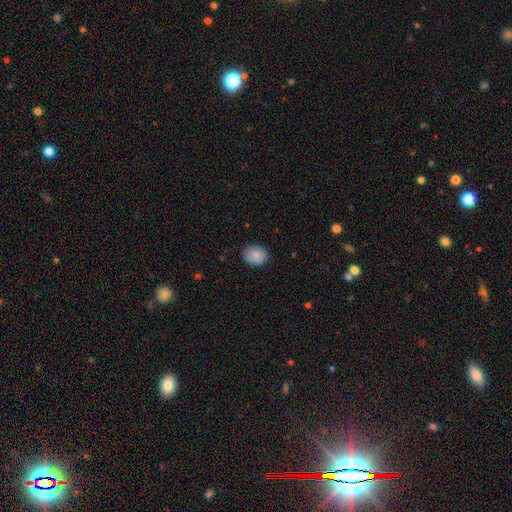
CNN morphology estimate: A smooth galaxy with no disk features (85%) that is in between round and cigar-shaped (50%).

Vote fractions:
- Smooth or featured? smooth: 85% / star or artifact: 7% / featured or disk: 7%
- How rounded? in between: 50% / round: 49% / cigar-shaped: 1%
- Merging? none: 84% / minor disturbance: 13% / major disturbance: 2% / merger: 1%